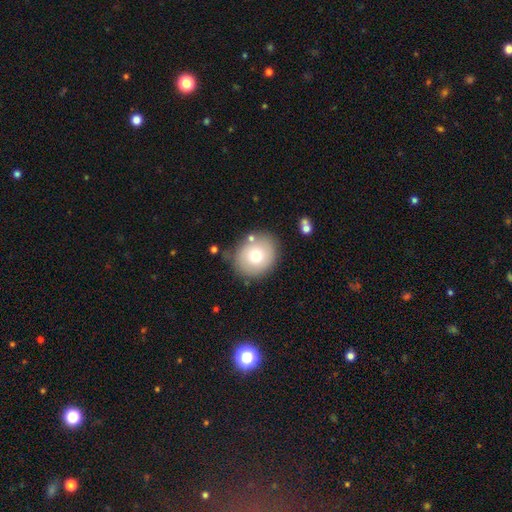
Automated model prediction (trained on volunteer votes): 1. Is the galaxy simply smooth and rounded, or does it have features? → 71% smooth, 19% featured or disk, 10% star or artifact.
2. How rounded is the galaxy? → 78% round, 22% in between, 1% cigar-shaped.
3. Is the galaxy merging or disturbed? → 79% none, 12% minor disturbance, 5% merger, 4% major disturbance.